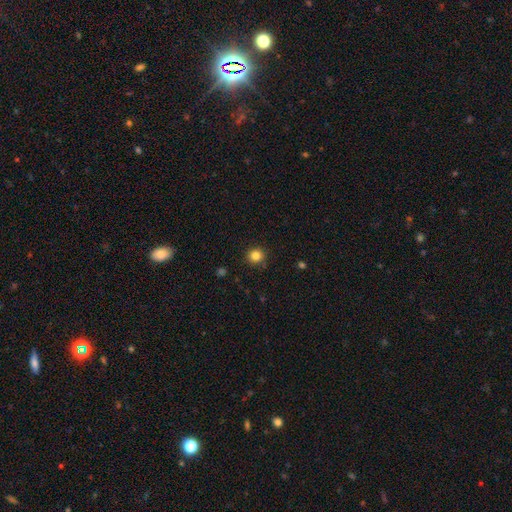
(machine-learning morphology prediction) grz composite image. It shows a smooth galaxy with no disk features (83%) that is round (92%). Merging: none (90%).